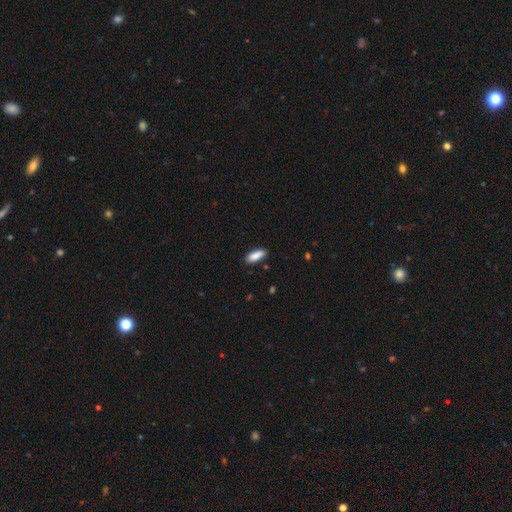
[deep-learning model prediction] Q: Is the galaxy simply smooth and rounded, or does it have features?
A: smooth — 87%.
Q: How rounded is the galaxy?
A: in between — 63%.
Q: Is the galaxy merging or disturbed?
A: none — 83%.